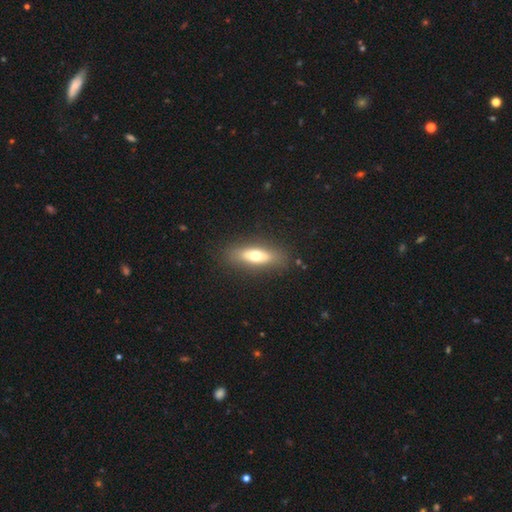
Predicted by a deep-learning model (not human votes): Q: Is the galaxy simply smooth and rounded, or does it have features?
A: smooth — 62%.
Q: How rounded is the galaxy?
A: in between — 56%.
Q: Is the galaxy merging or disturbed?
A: none — 85%.